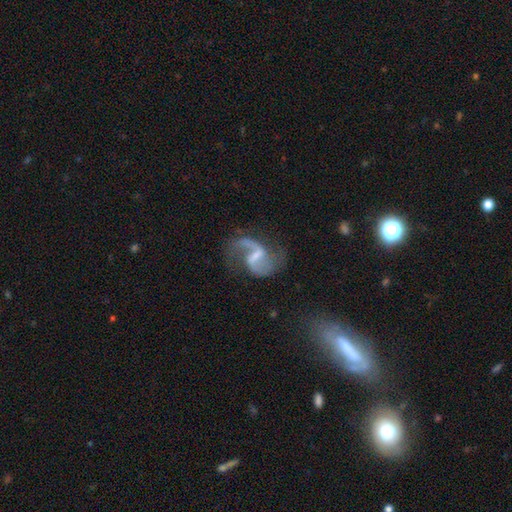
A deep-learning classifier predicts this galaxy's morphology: smooth_or_featured: featured or disk (p=0.89) [alt: star or artifact p=0.06]
disk_edge_on: no (p=0.98) [alt: yes p=0.02]
bar: weak (p=0.54) [alt: strong p=0.31]
has_spiral_arms: yes (p=0.96) [alt: no p=0.04]
spiral_winding: loose (p=0.60) [alt: medium p=0.34]
spiral_arm_count: 2 (p=0.89) [alt: 1 p=0.05]
bulge_size: small (p=0.49) [alt: none p=0.28]
merging: none (p=0.66) [alt: minor disturbance p=0.17]